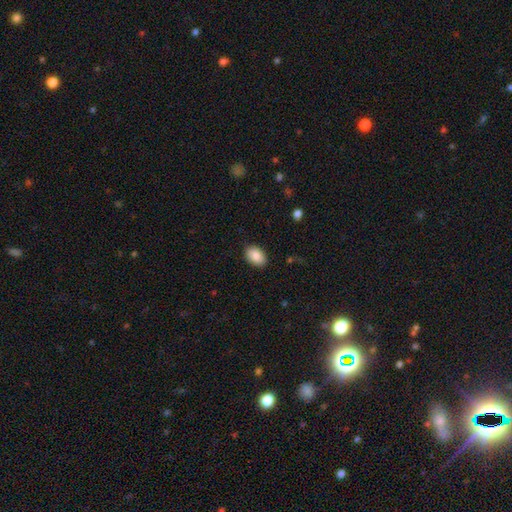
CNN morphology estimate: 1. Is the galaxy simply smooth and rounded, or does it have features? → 87% smooth, 7% star or artifact, 6% featured or disk.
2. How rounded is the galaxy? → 87% in between, 12% round, 1% cigar-shaped.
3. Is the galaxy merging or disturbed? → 88% none, 9% minor disturbance, 2% major disturbance, 1% merger.